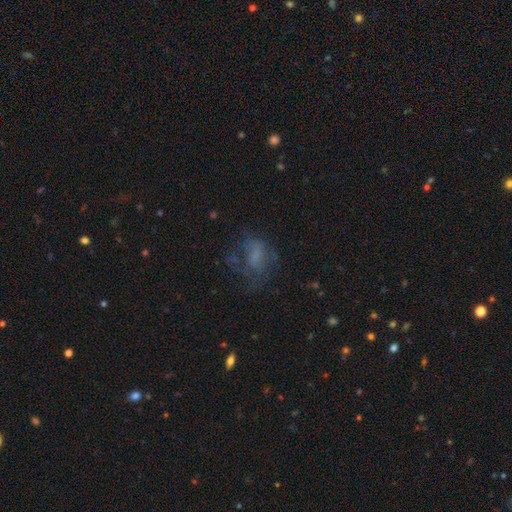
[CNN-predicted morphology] The model was most divided on "merging": none: 43%, major disturbance: 33%, minor disturbance: 21%, merger: 3%. Remaining: smooth or featured — smooth (46%).